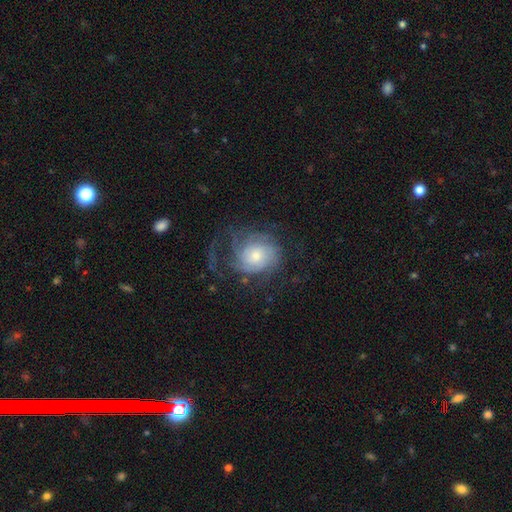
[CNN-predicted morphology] Smooth or featured?
  - featured or disk: 75% *
  - smooth: 18%
  - star or artifact: 7%
Edge-on disk?
  - no: 97% *
  - yes: 3%
Bar?
  - no: 75% *
  - weak: 22%
  - strong: 3%
Spiral arms?
  - yes: 93% *
  - no: 7%
Spiral winding?
  - tight: 50% *
  - medium: 33%
  - loose: 17%
Spiral arm count?
  - can't tell: 36% *
  - 2: 22%
  - 3: 18%
  - 4: 10%
  - 1: 8%
  - more than 4: 6%
Bulge size?
  - moderate: 49% *
  - small: 36%
  - large: 11%
  - none: 2%
  - dominant: 2%
Merging?
  - none: 57% *
  - major disturbance: 24%
  - minor disturbance: 18%
  - merger: 1%